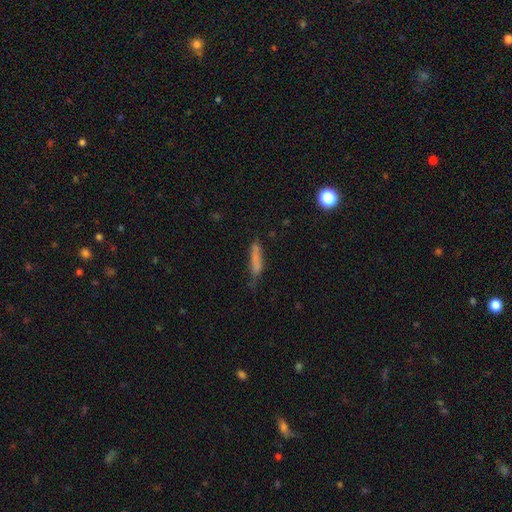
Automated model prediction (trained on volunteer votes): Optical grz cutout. It shows a smooth galaxy with no disk features (69%) that is cigar-shaped (85%). Merging: none (62%).